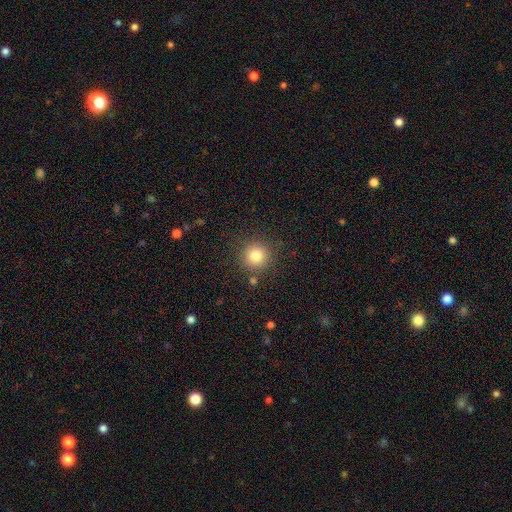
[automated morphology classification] Smooth or featured?
  - smooth: 80% *
  - star or artifact: 12%
  - featured or disk: 7%
How rounded?
  - round: 94% *
  - in between: 5%
  - cigar-shaped: 1%
Merging?
  - none: 85% *
  - minor disturbance: 8%
  - merger: 4%
  - major disturbance: 3%